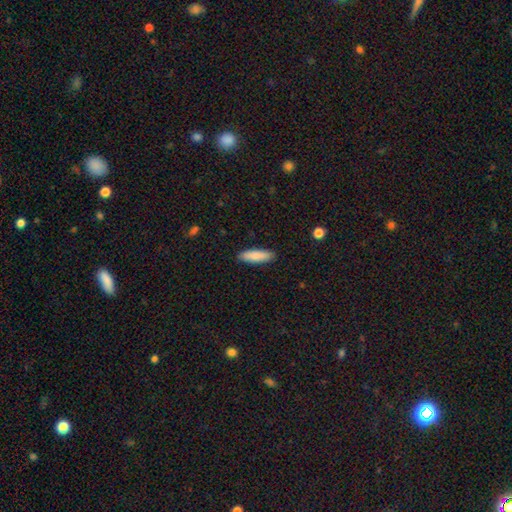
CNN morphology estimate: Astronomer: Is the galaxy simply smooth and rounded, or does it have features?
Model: smooth — 88%.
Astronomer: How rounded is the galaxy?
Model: cigar-shaped — 61% (runner-up: in between, 38%).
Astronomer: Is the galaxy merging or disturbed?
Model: none — 90%.